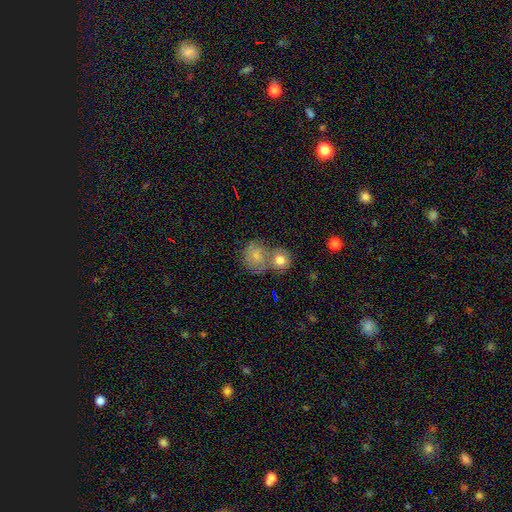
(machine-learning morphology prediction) Overall: smooth (63%; featured or disk 28%). How rounded: round (70%). Merging: merger (51%; none 31%).